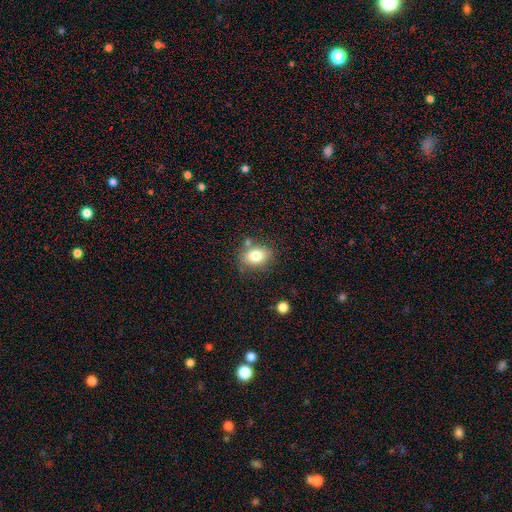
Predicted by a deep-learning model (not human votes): This appears to be a smooth galaxy with no disk features (79%) that is in between round and cigar-shaped (67%). Merging: none (74%).